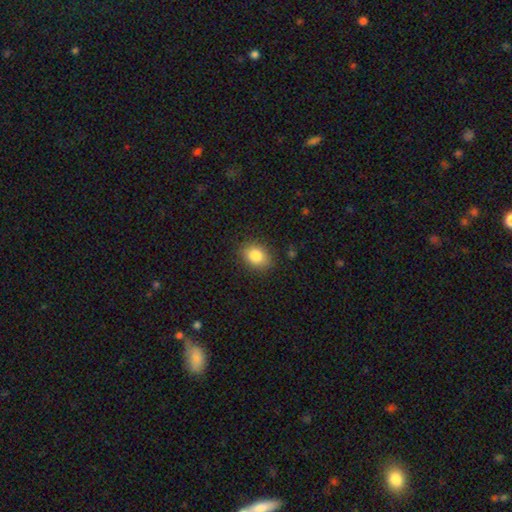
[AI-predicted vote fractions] smooth-or-featured: smooth: 85% | star or artifact: 9% | featured or disk: 7%
  how-rounded: in between: 64% | round: 35% | cigar-shaped: 1%
  merging: none: 85% | minor disturbance: 11% | major disturbance: 3% | merger: 1%